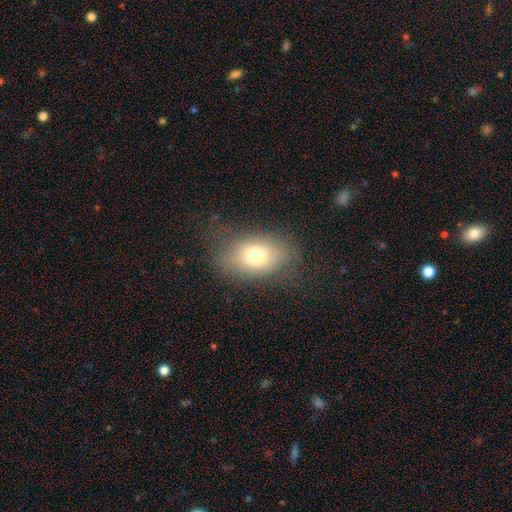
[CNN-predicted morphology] Q: Smooth or featured?
A: smooth (71%); runner-up: featured or disk (17%)
Q: How rounded?
A: in between (81%); runner-up: round (17%)
Q: Merging?
A: none (73%); runner-up: minor disturbance (17%)